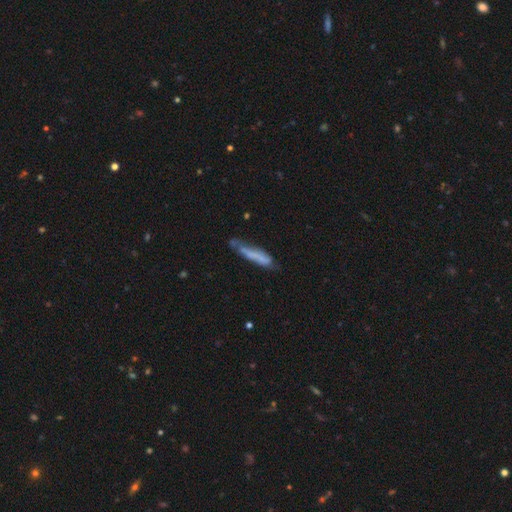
Q: Smooth or featured?
A: smooth (53%); runner-up: featured or disk (45%)
Q: How rounded?
A: cigar-shaped (90%); runner-up: in between (10%)
Q: Merging?
A: none (59%); runner-up: minor disturbance (27%)